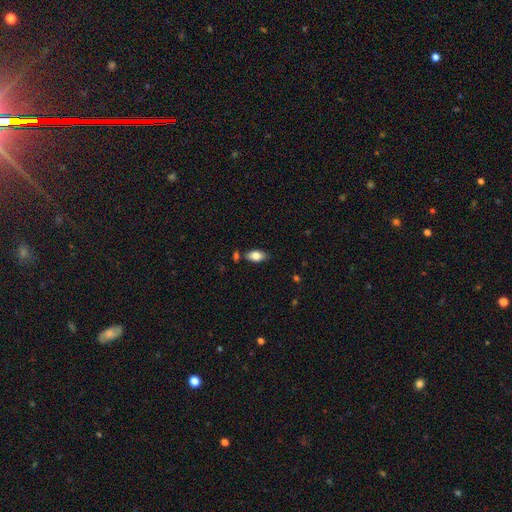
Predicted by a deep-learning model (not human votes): Smooth or featured? Predicted: smooth (p=0.82). How rounded? Predicted: in between (p=0.91). Merging? Predicted: none (p=0.73).